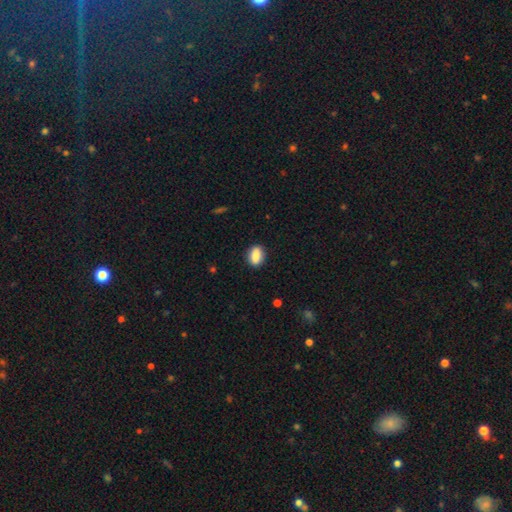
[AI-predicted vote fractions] Smooth or featured? smooth (85%)
How rounded? in between (79%)
Merging? none (87%)